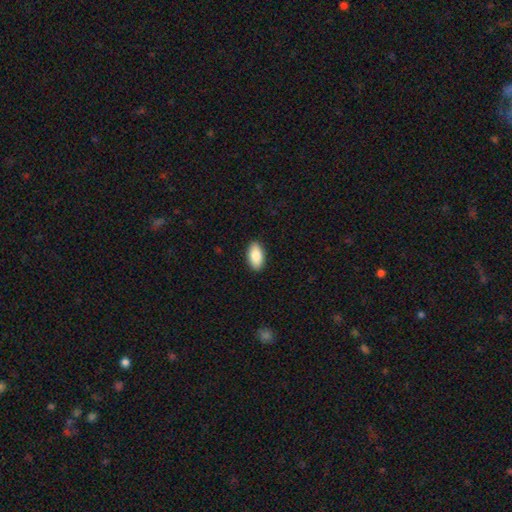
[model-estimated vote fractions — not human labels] smooth 87%, featured or disk 7%, star or artifact 6%. Down the decision tree: how rounded — in between (94%); merging — none (90%).